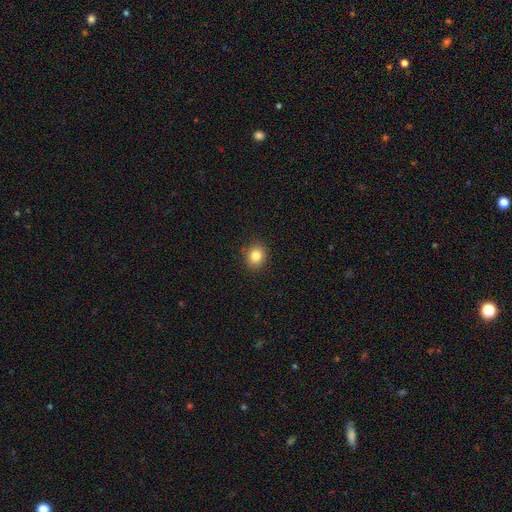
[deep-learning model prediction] smooth-or-featured: smooth: 84% | star or artifact: 11% | featured or disk: 6%
  how-rounded: round: 70% | in between: 29% | cigar-shaped: 1%
  merging: none: 90% | minor disturbance: 7% | major disturbance: 2% | merger: 1%